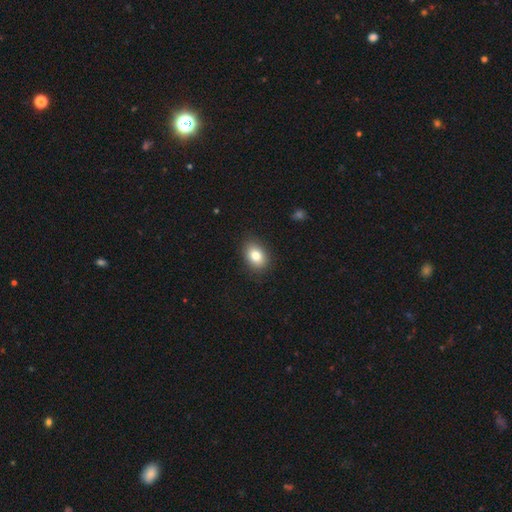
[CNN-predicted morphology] A smooth galaxy with no disk features (81%) that is in between round and cigar-shaped (75%).

Vote fractions:
- Smooth or featured? smooth: 81% / featured or disk: 10% / star or artifact: 9%
- How rounded? in between: 75% / round: 24% / cigar-shaped: 1%
- Merging? none: 86% / minor disturbance: 10% / major disturbance: 2% / merger: 1%